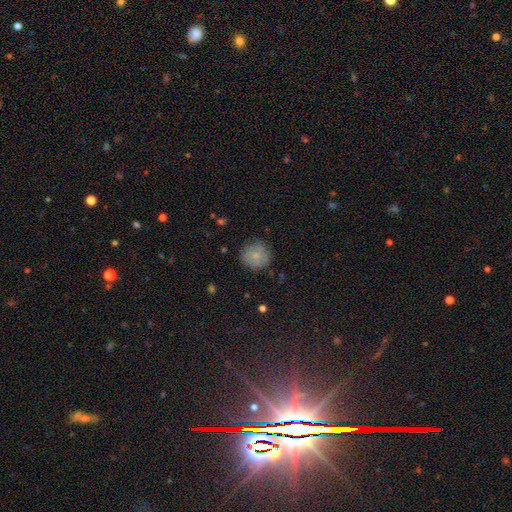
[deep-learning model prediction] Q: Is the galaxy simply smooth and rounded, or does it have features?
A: smooth — 79%.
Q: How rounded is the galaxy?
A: round — 92%.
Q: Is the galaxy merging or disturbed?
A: none — 82%.